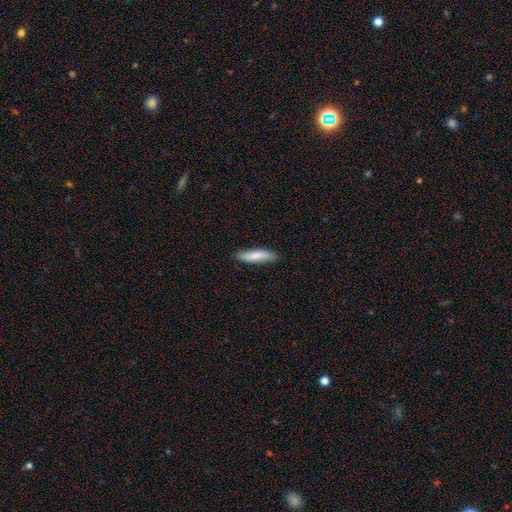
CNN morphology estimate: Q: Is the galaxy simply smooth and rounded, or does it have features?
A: smooth — 80%.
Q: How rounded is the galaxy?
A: cigar-shaped — 73%.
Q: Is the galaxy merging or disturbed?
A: none — 85%.